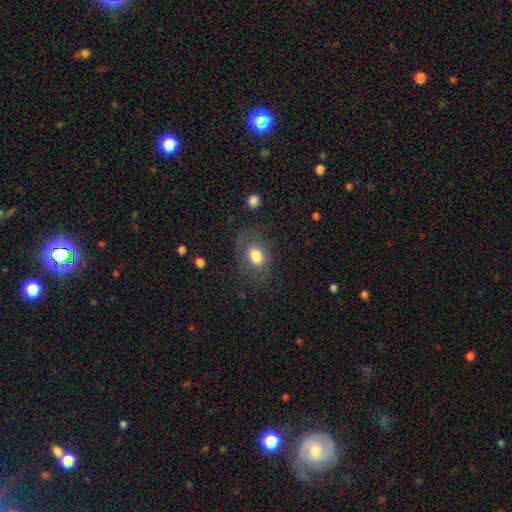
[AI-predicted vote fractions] Overall: smooth (73%). How rounded: in between (59%; round 40%). Merging: none (67%).